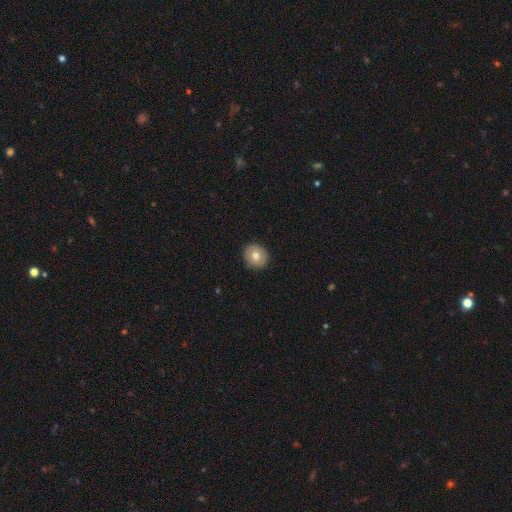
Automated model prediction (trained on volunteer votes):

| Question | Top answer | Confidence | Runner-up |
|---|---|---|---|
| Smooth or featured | smooth | 73% | featured or disk (18%) |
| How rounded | round | 88% | in between (11%) |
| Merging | none | 92% | minor disturbance (6%) |